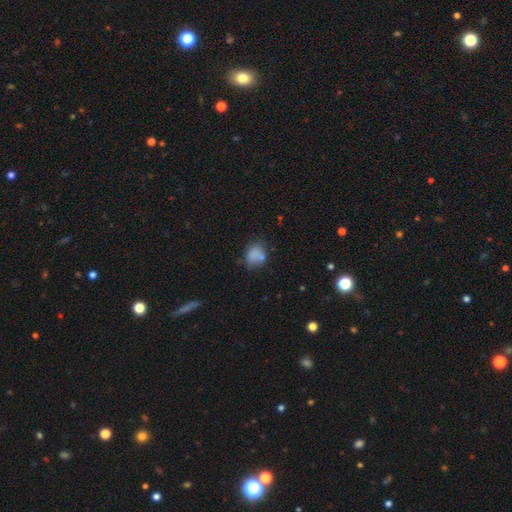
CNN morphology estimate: A smooth galaxy with no disk features (78%) that is in between round and cigar-shaped (53%).

Vote fractions:
- Smooth or featured? smooth: 78% / featured or disk: 11% / star or artifact: 11%
- How rounded? in between: 53% / round: 46% / cigar-shaped: 1%
- Merging? none: 54% / minor disturbance: 24% / merger: 13% / major disturbance: 9%